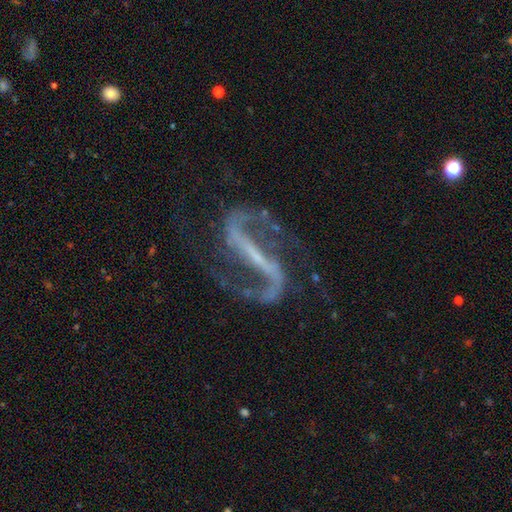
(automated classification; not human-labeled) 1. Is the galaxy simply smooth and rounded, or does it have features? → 92% featured or disk, 5% star or artifact, 2% smooth.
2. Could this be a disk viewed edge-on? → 95% no, 5% yes.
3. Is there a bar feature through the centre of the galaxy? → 79% strong, 15% weak, 6% no.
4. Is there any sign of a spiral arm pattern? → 98% yes, 2% no.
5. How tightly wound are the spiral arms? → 45% medium, 44% loose, 11% tight.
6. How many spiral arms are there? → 94% 2, 1% can't tell, 1% 1, 1% 3, 1% 4, 1% more than 4.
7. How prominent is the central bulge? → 53% small, 37% none, 8% moderate, 1% large, 1% dominant.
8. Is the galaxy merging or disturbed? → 76% none, 13% minor disturbance, 10% major disturbance, 2% merger.